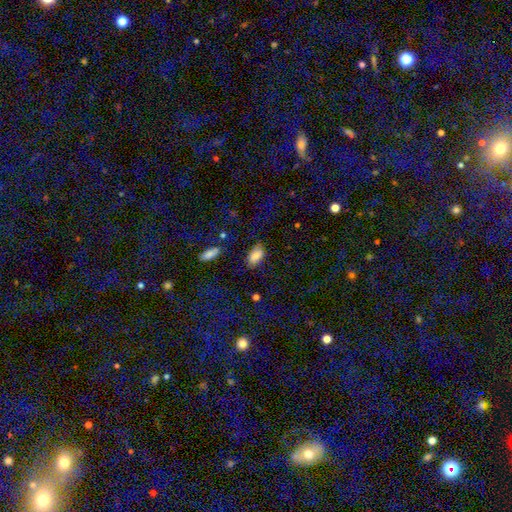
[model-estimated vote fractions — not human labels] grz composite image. It shows a smooth galaxy with no disk features (82%) that is in between round and cigar-shaped (93%). Merging: none (70%).